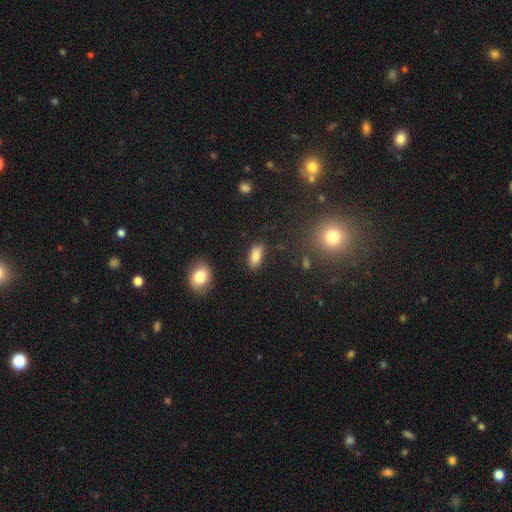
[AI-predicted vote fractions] smooth-or-featured: smooth: 83% | star or artifact: 9% | featured or disk: 8%
  how-rounded: in between: 86% | cigar-shaped: 10% | round: 4%
  merging: none: 81% | minor disturbance: 13% | major disturbance: 3% | merger: 3%